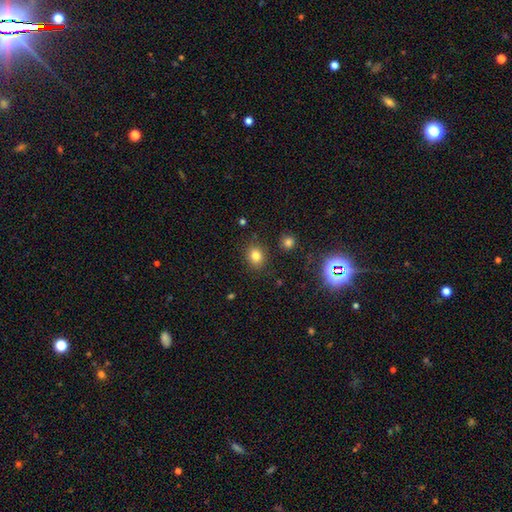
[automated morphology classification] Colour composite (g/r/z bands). It shows a smooth galaxy with no disk features (80%) that is round (65%). Merging: none (86%).